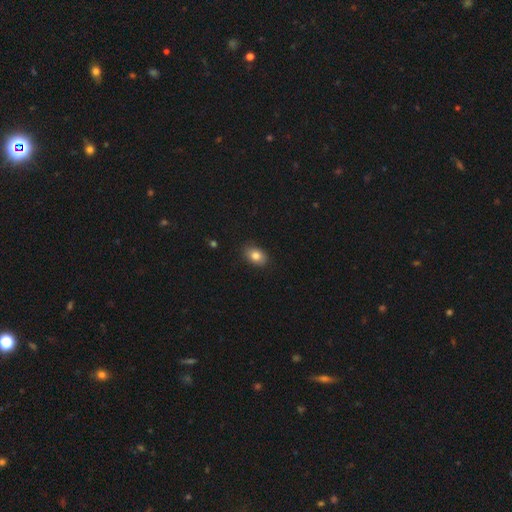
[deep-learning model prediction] Smooth or featured? smooth (83%)
How rounded? in between (79%)
Merging? none (87%)